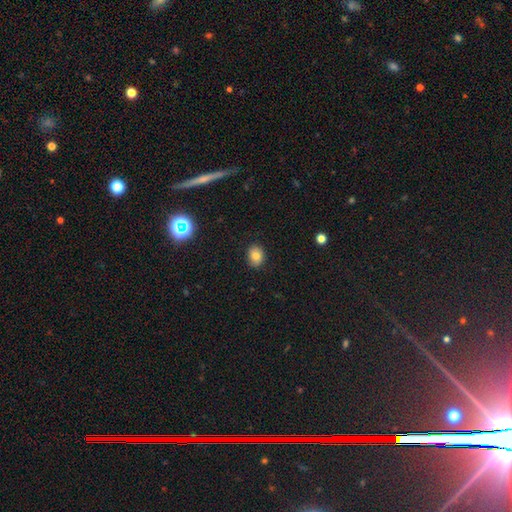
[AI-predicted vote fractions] The model was most divided on "how rounded": in between: 51%, round: 48%, cigar-shaped: 1%. More confident: merging — none (87%); smooth or featured — smooth (79%).